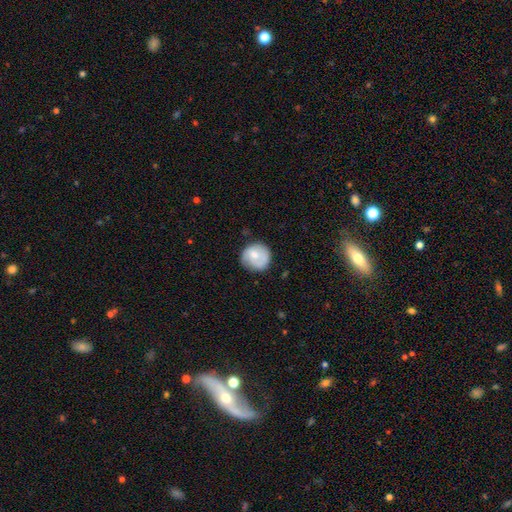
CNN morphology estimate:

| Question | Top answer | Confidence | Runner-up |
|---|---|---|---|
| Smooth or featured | smooth | 67% | featured or disk (27%) |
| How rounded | round | 89% | in between (10%) |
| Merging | none | 72% | minor disturbance (21%) |